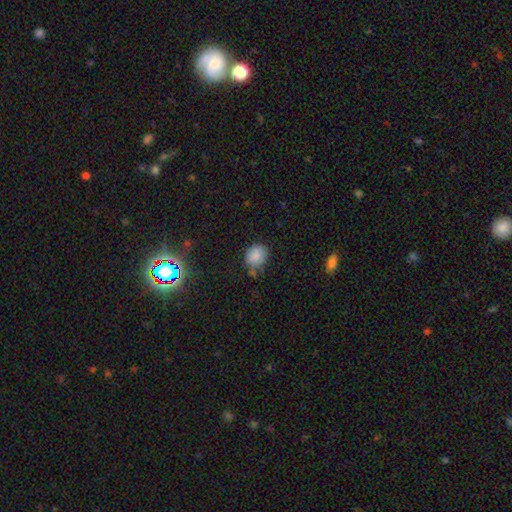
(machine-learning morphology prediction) Smooth or featured: smooth — 84% (star or artifact — 10%)
How rounded: round — 60% (in between — 39%)
Merging: none — 65% (minor disturbance — 23%)